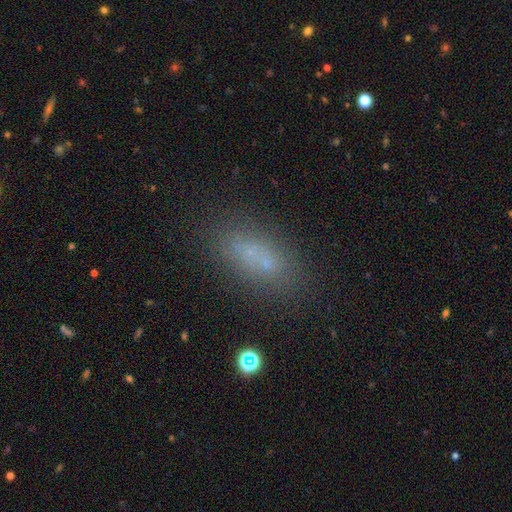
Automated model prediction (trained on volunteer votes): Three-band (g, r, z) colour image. It shows a smooth galaxy with no disk features (62%) that is in between round and cigar-shaped (74%). Merging: none (68%).